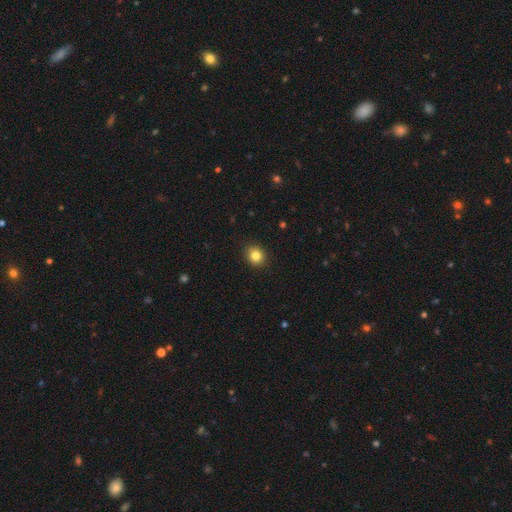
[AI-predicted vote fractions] Smooth or featured? smooth (83%)
How rounded? round (79%)
Merging? none (90%)